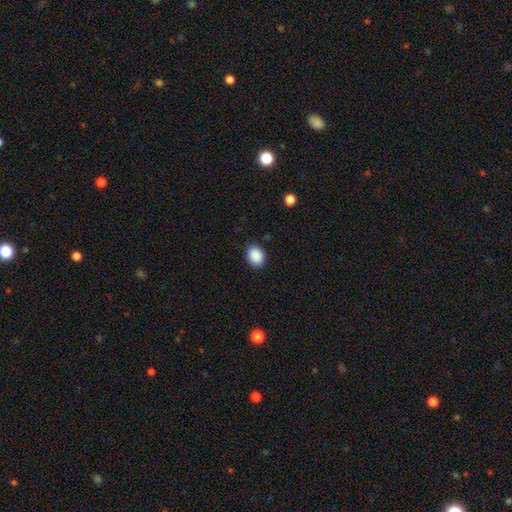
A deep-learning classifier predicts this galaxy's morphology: type=smooth (89%); roundness=in between (55%); merging=none (88%).